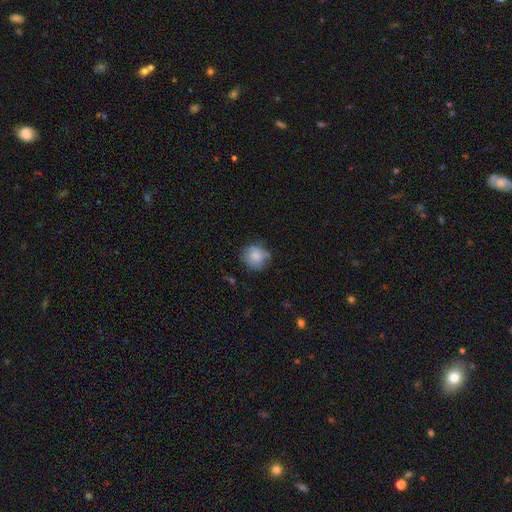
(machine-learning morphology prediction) Smooth or featured? smooth (78%)
How rounded? round (80%)
Merging? none (64%)